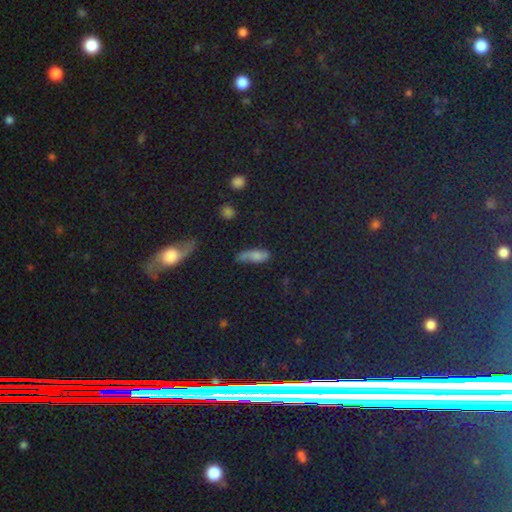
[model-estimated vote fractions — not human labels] Morphology: type=smooth (60%); roundness=in between (69%); merging=none (42%).